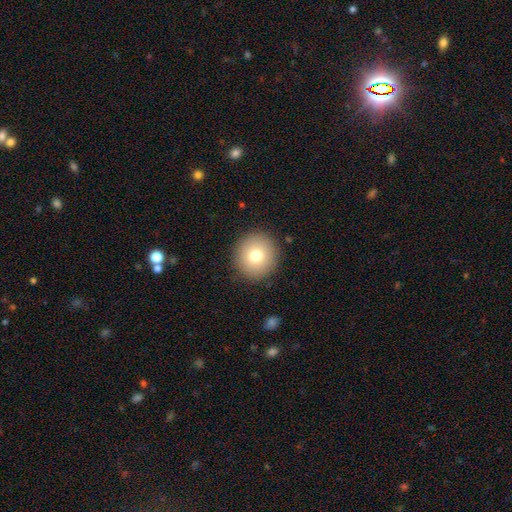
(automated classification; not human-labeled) Smooth or featured?
  - smooth: 76% *
  - featured or disk: 13%
  - star or artifact: 10%
How rounded?
  - round: 91% *
  - in between: 8%
  - cigar-shaped: 1%
Merging?
  - none: 90% *
  - minor disturbance: 7%
  - major disturbance: 2%
  - merger: 1%